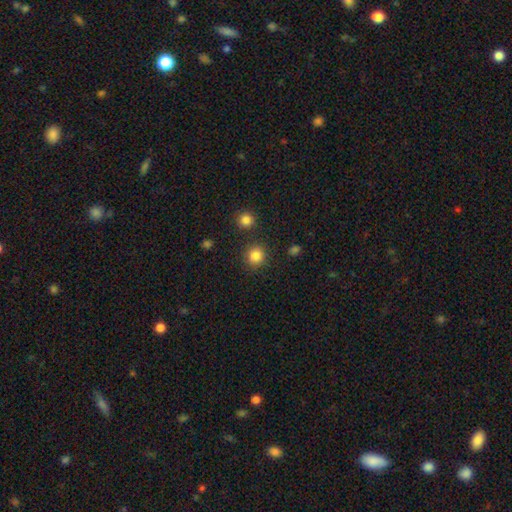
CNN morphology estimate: Smooth or featured: smooth — 85% (star or artifact — 11%)
How rounded: round — 90% (in between — 9%)
Merging: none — 86% (minor disturbance — 7%)